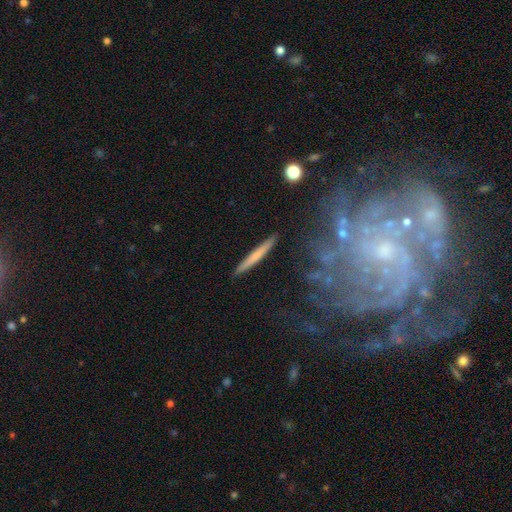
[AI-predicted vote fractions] Smooth or featured? Predicted: smooth (p=0.57). How rounded? Predicted: cigar-shaped (p=0.96). Merging? Predicted: none (p=0.90).